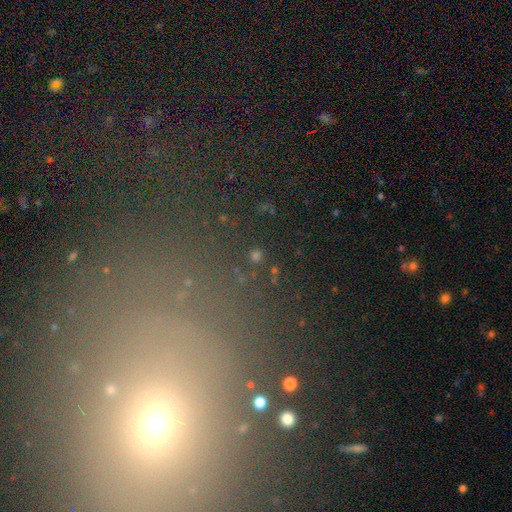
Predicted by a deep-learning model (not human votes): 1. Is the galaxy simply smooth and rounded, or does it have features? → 52% star or artifact, 37% smooth, 11% featured or disk.